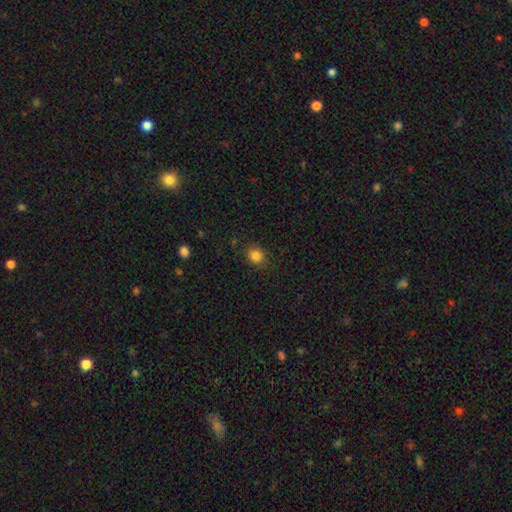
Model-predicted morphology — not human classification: This appears to be a smooth galaxy with no disk features (83%) that is round (80%). Merging: none (87%).